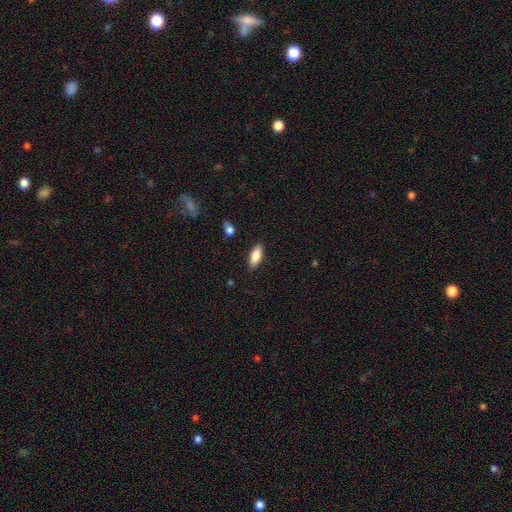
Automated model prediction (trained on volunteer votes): This is clearly a smooth galaxy (83%). How rounded: likely in between (76%). Merging: clearly none (87%).